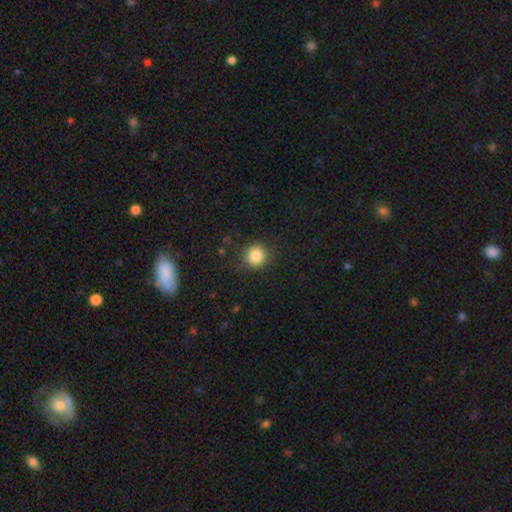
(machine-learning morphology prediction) Smooth or featured? smooth (85%)
How rounded? round (90%)
Merging? none (85%)